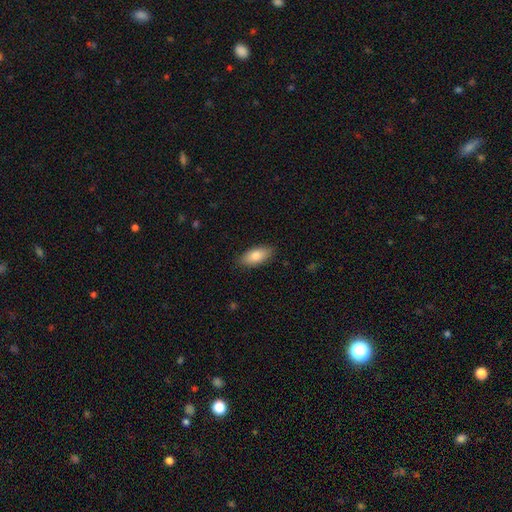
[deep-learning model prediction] Smooth or featured? Predicted: smooth (p=0.82). How rounded? Predicted: in between (p=0.88). Merging? Predicted: none (p=0.86).